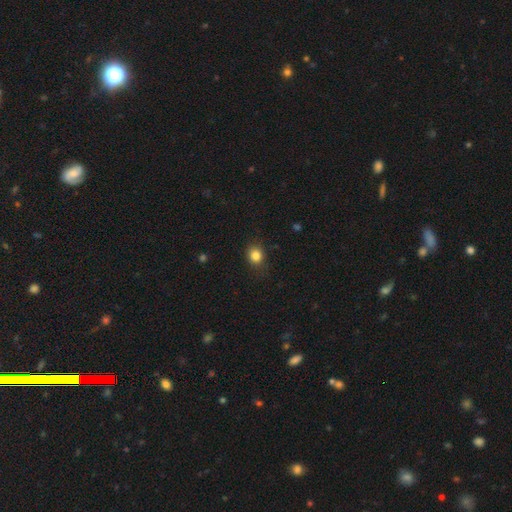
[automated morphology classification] A smooth galaxy with no disk features (83%) that is round (69%). Merging: none (82%).